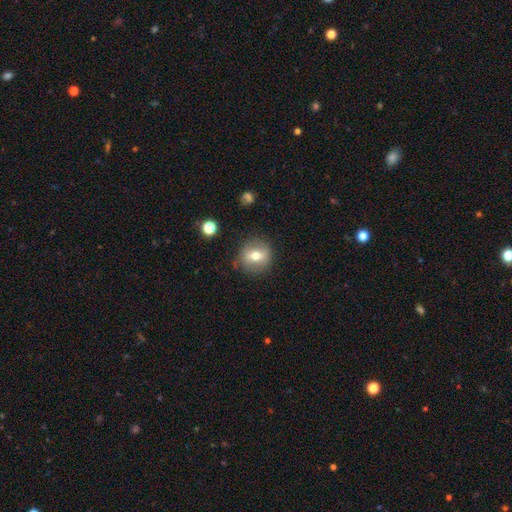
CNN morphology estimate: smooth_or_featured: smooth (p=0.58) [alt: featured or disk p=0.32]
how_rounded: round (p=0.84) [alt: in between p=0.14]
merging: none (p=0.83) [alt: minor disturbance p=0.12]